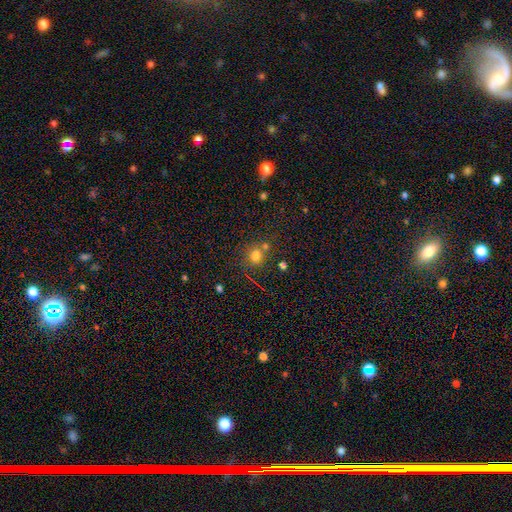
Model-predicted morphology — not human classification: This appears to be a smooth galaxy with no disk features (73%) that is round (77%). Merging: none (57%).